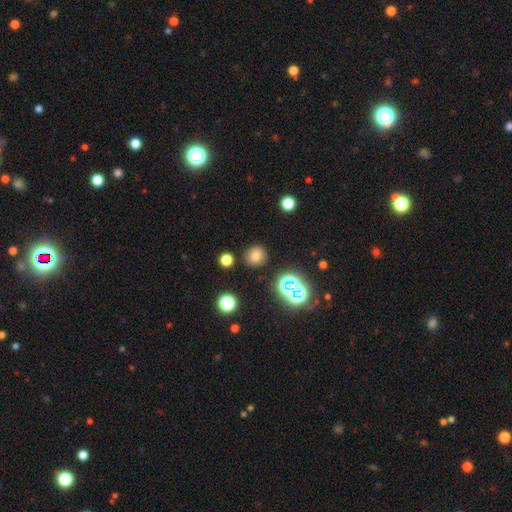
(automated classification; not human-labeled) smooth-or-featured: smooth: 71% | star or artifact: 20% | featured or disk: 8%
  how-rounded: round: 89% | in between: 10% | cigar-shaped: 1%
  merging: none: 87% | minor disturbance: 8% | major disturbance: 3% | merger: 3%